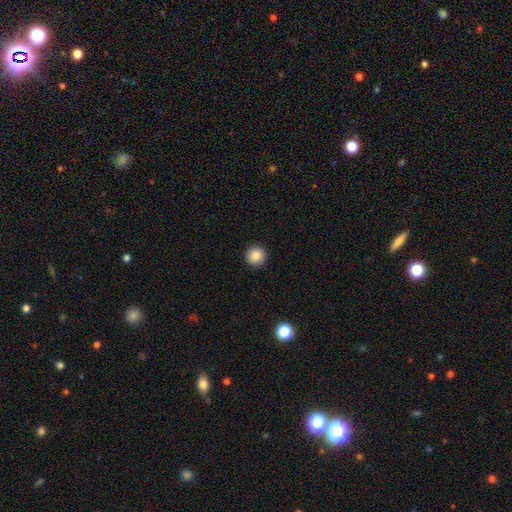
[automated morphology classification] smooth_or_featured: smooth (p=0.87) [alt: star or artifact p=0.09]
how_rounded: round (p=0.95) [alt: in between p=0.04]
merging: none (p=0.93) [alt: minor disturbance p=0.05]